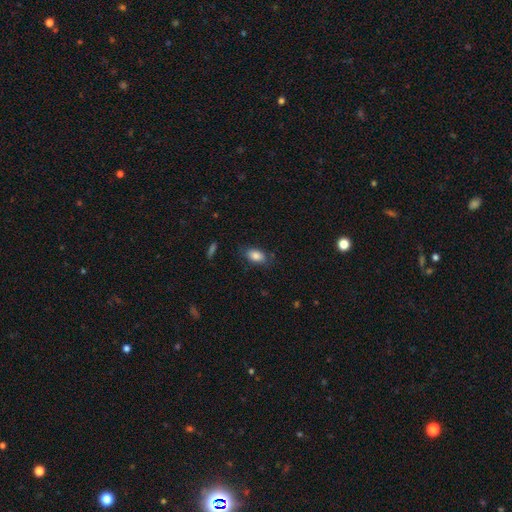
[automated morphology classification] Smooth or featured: smooth — 85% (featured or disk — 8%)
How rounded: in between — 90% (round — 7%)
Merging: none — 78% (minor disturbance — 16%)